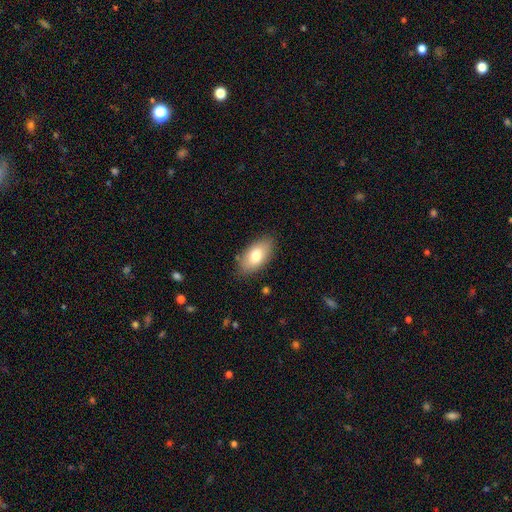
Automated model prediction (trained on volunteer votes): Smooth or featured? smooth (77%)
How rounded? in between (93%)
Merging? none (83%)